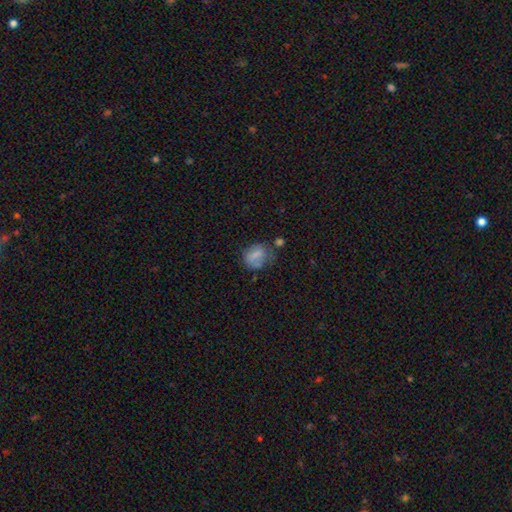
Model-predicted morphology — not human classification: smooth_or_featured: smooth (p=0.70) [alt: featured or disk p=0.19]
how_rounded: in between (p=0.52) [alt: round p=0.47]
merging: none (p=0.45) [alt: minor disturbance p=0.28]